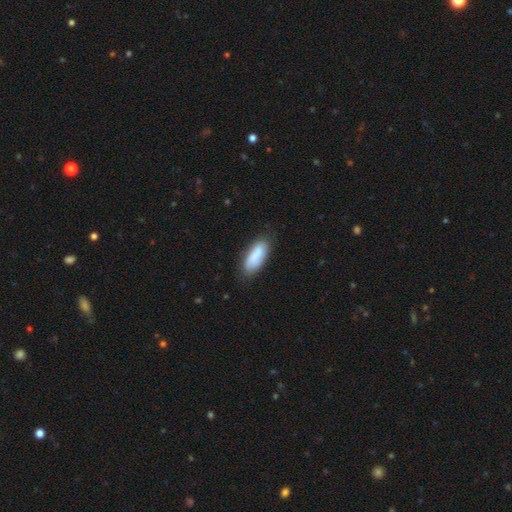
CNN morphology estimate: A smooth galaxy with no disk features (78%) that is in between round and cigar-shaped (78%). Merging: none (74%).